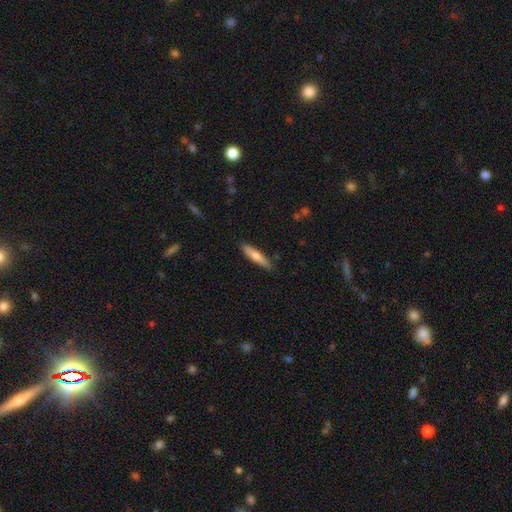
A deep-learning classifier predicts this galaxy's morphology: Overall: smooth (67%). How rounded: cigar-shaped (82%). Merging: none (86%).